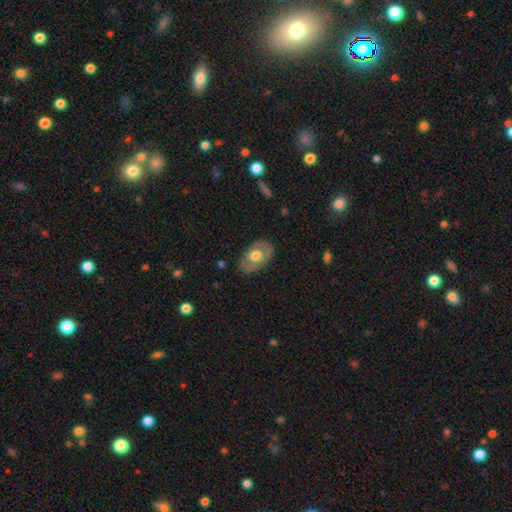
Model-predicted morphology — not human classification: Smooth or featured?
  - smooth: 49% *
  - featured or disk: 46%
  - star or artifact: 6%
Merging?
  - none: 79% *
  - minor disturbance: 15%
  - major disturbance: 5%
  - merger: 1%